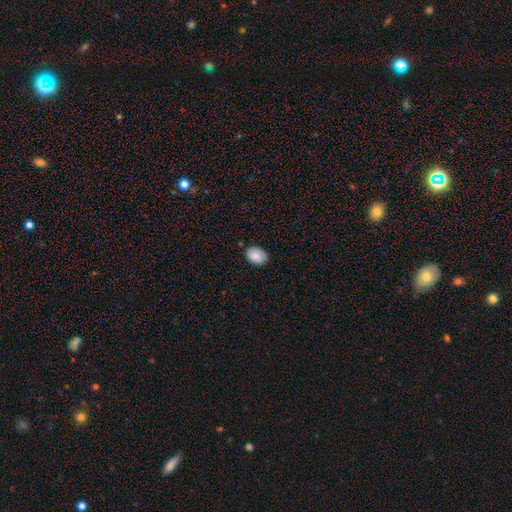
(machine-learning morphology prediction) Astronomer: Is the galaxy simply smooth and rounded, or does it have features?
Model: smooth — 83%.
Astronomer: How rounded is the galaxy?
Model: in between — 74%.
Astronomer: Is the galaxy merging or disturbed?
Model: none — 78%.